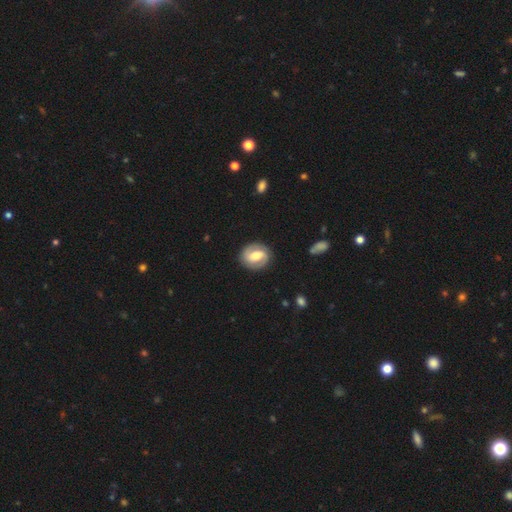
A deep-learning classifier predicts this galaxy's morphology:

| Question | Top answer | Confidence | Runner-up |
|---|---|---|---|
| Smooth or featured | featured or disk | 74% | smooth (21%) |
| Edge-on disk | no | 98% | yes (2%) |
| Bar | weak | 46% | strong (32%) |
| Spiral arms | yes | 88% | no (12%) |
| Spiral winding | tight | 44% | medium (41%) |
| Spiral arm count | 2 | 89% | can't tell (5%) |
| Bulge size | moderate | 63% | large (19%) |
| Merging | none | 85% | minor disturbance (10%) |